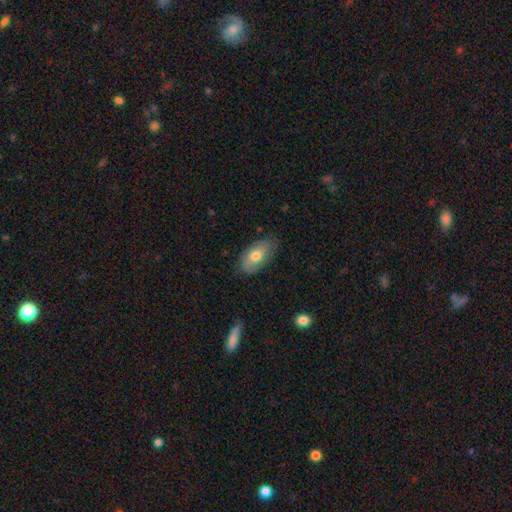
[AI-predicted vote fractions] Smooth or featured? Predicted: smooth (p=0.69). How rounded? Predicted: in between (p=0.92). Merging? Predicted: none (p=0.74).